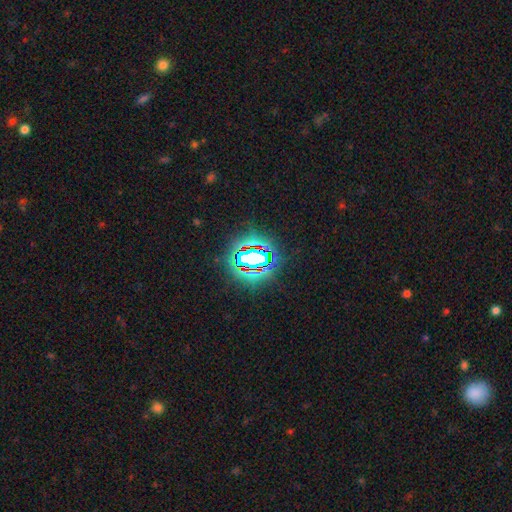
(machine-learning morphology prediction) This is likely a star or artifact rather than a galaxy (73%).